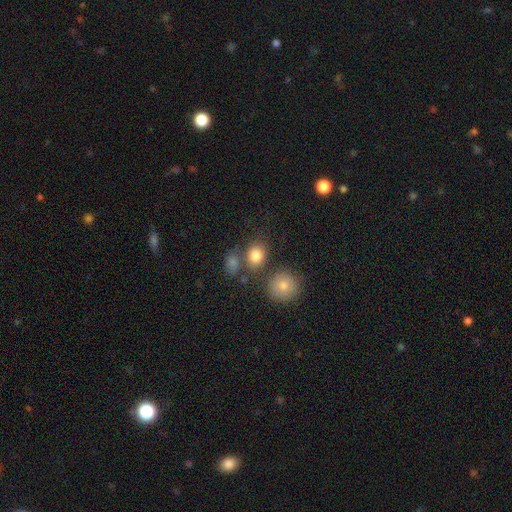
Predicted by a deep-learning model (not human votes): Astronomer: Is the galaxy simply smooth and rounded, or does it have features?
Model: smooth — 81%.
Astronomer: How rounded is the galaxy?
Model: round — 60% (runner-up: in between, 38%).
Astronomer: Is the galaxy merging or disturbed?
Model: none — 65%.